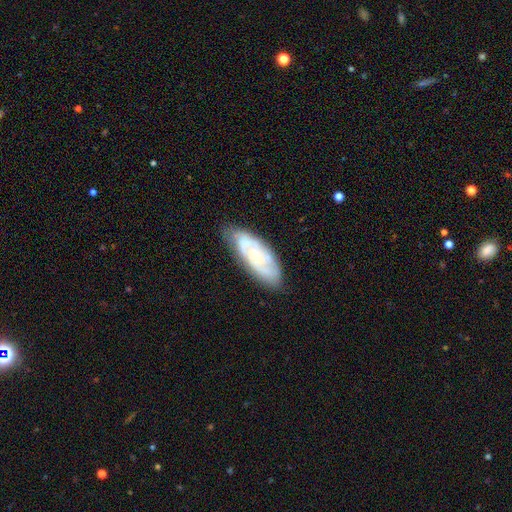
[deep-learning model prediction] Overall: featured or disk (67%; smooth 27%). Edge-on disk: no (89%). Bar: no (75%). Spiral arms: yes (79%). Bulge size: small (61%; moderate 33%). Merging: none (74%).